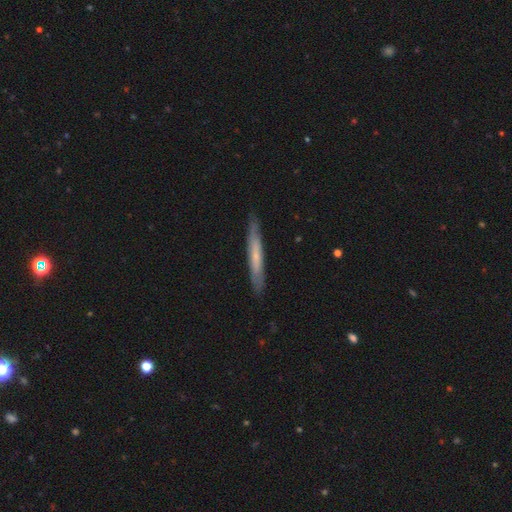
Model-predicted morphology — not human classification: Smooth or featured? smooth (51%)
How rounded? cigar-shaped (96%)
Merging? none (87%)